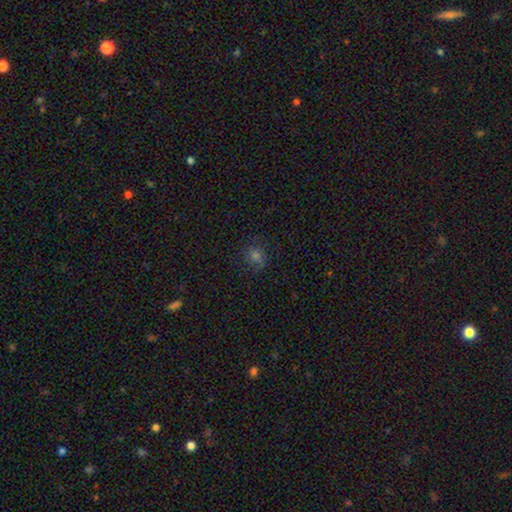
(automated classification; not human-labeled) The model was most divided on "smooth or featured": smooth: 62%, star or artifact: 24%, featured or disk: 14%. More confident: how rounded — round (76%); merging — none (73%).